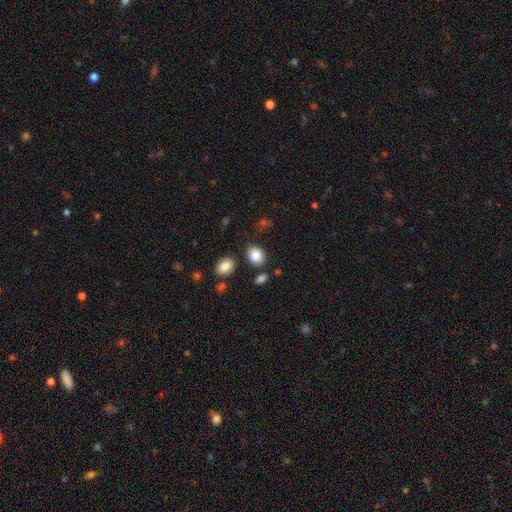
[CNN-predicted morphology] Q: Smooth or featured?
A: smooth (86%); runner-up: star or artifact (9%)
Q: How rounded?
A: in between (62%); runner-up: round (37%)
Q: Merging?
A: none (75%); runner-up: minor disturbance (14%)